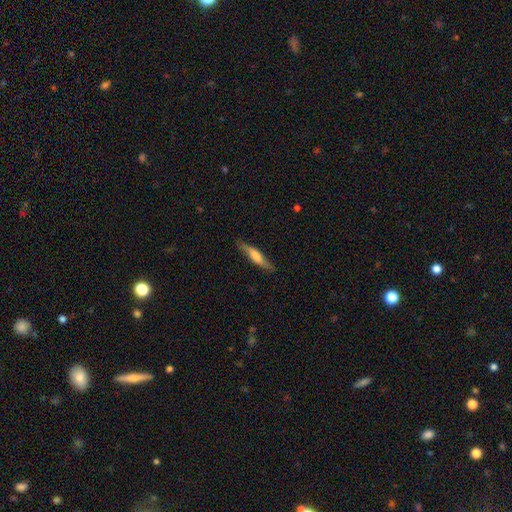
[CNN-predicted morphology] Q: Smooth or featured?
A: smooth (58%); runner-up: featured or disk (37%)
Q: How rounded?
A: cigar-shaped (82%); runner-up: in between (16%)
Q: Merging?
A: none (81%); runner-up: minor disturbance (15%)